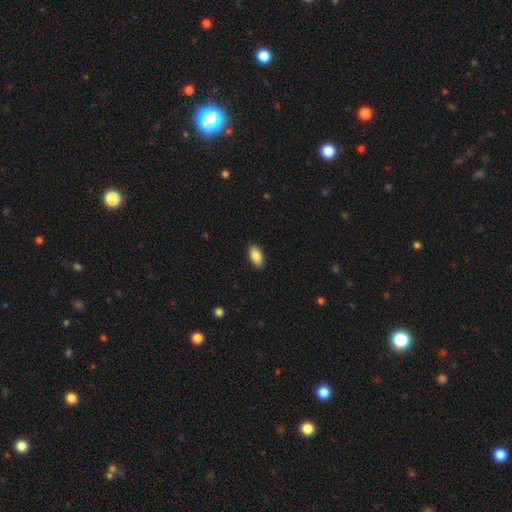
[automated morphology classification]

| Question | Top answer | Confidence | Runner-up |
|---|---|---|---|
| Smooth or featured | smooth | 89% | star or artifact (7%) |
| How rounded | in between | 94% | cigar-shaped (4%) |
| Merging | none | 89% | minor disturbance (8%) |